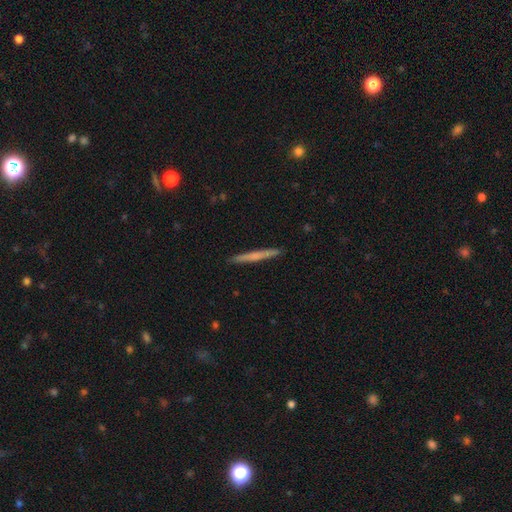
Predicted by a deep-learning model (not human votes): Q: Smooth or featured?
A: smooth (56%); runner-up: featured or disk (39%)
Q: How rounded?
A: cigar-shaped (97%); runner-up: in between (2%)
Q: Merging?
A: none (92%); runner-up: minor disturbance (6%)